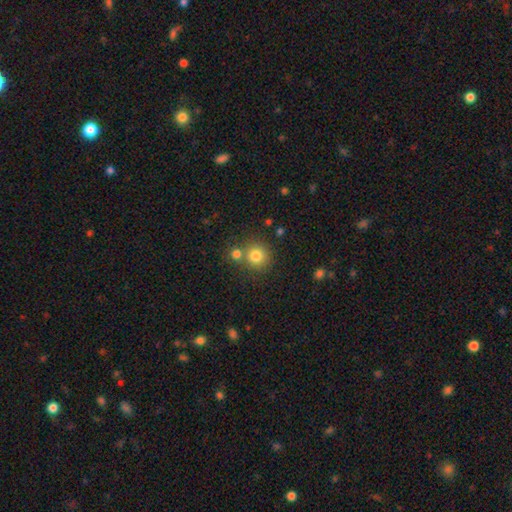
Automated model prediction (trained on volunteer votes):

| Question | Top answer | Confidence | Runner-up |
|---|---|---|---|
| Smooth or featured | smooth | 80% | star or artifact (12%) |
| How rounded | round | 90% | in between (9%) |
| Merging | none | 64% | merger (25%) |